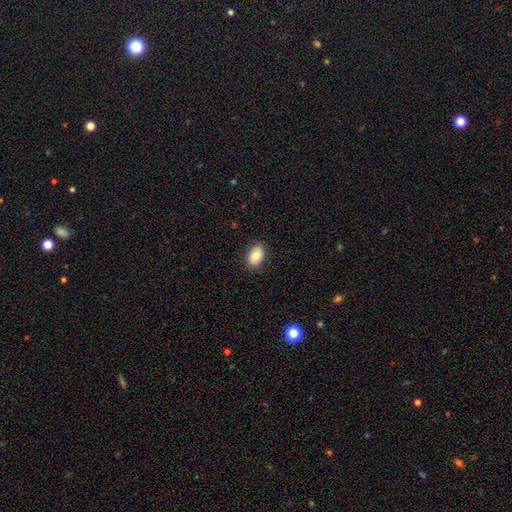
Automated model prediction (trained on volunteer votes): Q: Smooth or featured?
A: smooth (80%); runner-up: featured or disk (12%)
Q: How rounded?
A: in between (86%); runner-up: round (13%)
Q: Merging?
A: none (87%); runner-up: minor disturbance (10%)